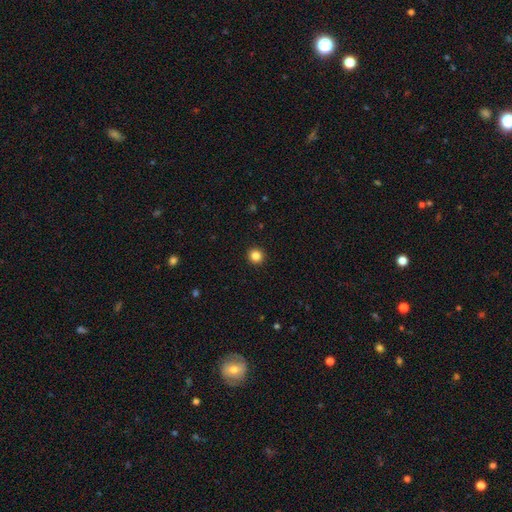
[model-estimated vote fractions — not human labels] Smooth or featured?
  - smooth: 85% *
  - star or artifact: 11%
  - featured or disk: 4%
How rounded?
  - round: 95% *
  - in between: 4%
  - cigar-shaped: 1%
Merging?
  - none: 94% *
  - minor disturbance: 4%
  - major disturbance: 1%
  - merger: 1%